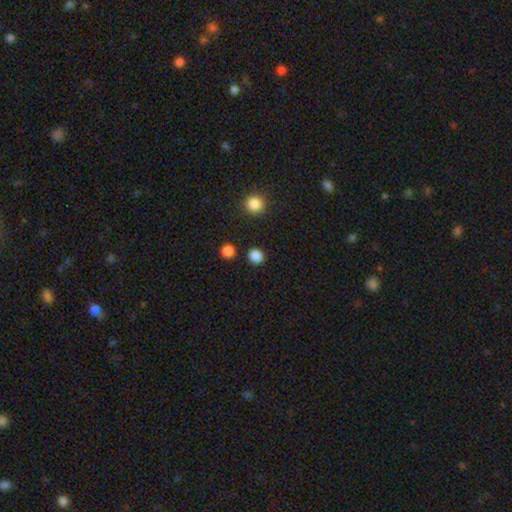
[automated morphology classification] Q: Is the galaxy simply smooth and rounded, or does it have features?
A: smooth — 85%.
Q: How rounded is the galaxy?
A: round — 88%.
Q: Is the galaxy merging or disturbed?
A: none — 89%.